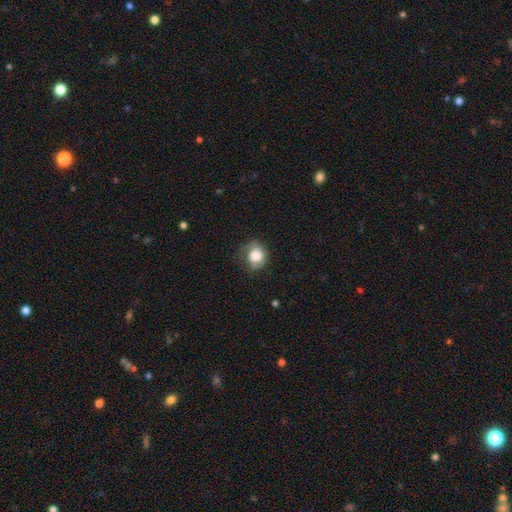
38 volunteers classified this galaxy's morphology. Smooth or featured? 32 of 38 (84%) said smooth. How rounded? 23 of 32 (72%) said round. Merging? 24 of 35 (69%) said none.